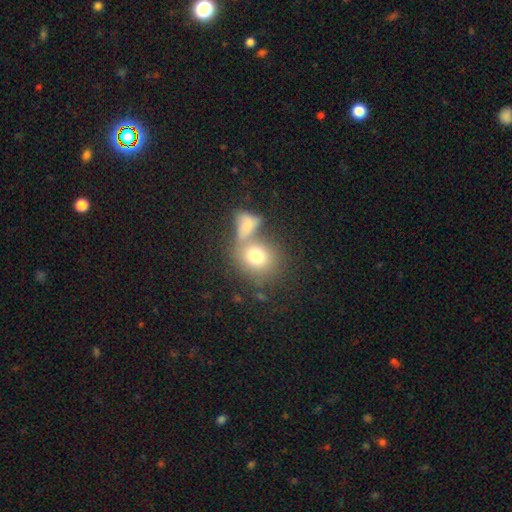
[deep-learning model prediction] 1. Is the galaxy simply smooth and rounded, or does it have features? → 74% smooth, 17% featured or disk, 10% star or artifact.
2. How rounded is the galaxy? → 69% round, 30% in between, 1% cigar-shaped.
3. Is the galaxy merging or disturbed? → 44% merger, 39% none, 10% minor disturbance, 8% major disturbance.